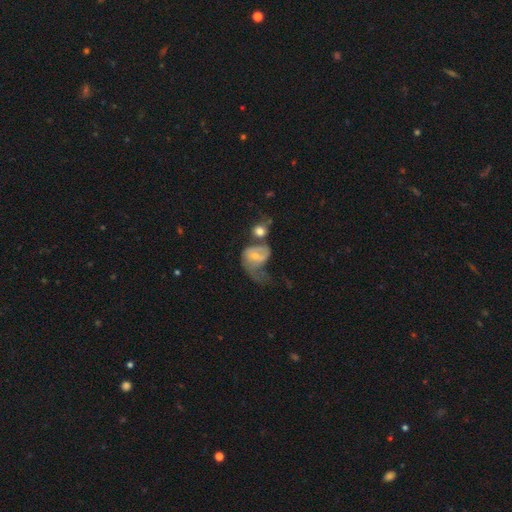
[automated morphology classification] Smooth or featured? featured or disk (51%)
Edge-on disk? no (97%)
Merging? major disturbance (42%)